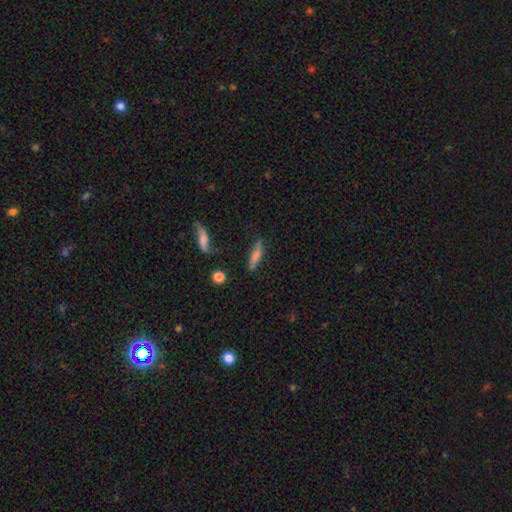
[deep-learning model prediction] Smooth or featured? Predicted: smooth (p=0.60). How rounded? Predicted: cigar-shaped (p=0.78). Merging? Predicted: none (p=0.79).